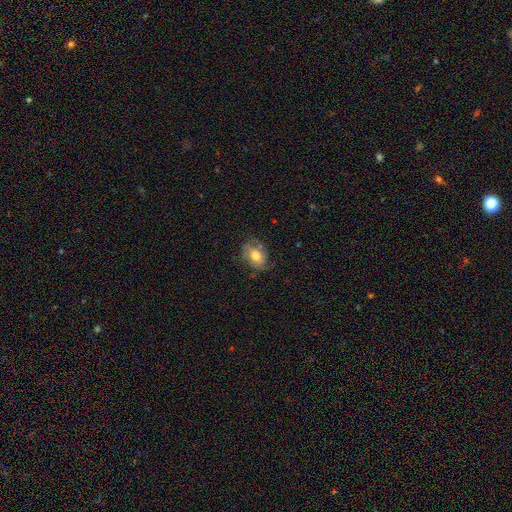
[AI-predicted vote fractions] A smooth galaxy with no disk features (58%) that is in between round and cigar-shaped (68%).

Vote fractions:
- Smooth or featured? smooth: 58% / featured or disk: 34% / star or artifact: 9%
- How rounded? in between: 68% / round: 30% / cigar-shaped: 1%
- Merging? none: 64% / minor disturbance: 25% / major disturbance: 9% / merger: 2%